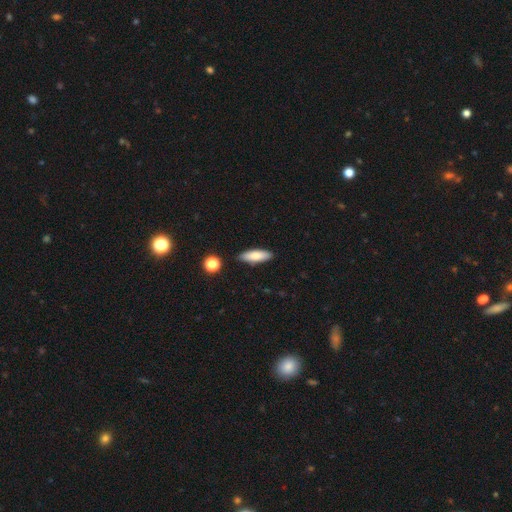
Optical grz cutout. It shows a smooth galaxy with no disk features (82%) that is in between round and cigar-shaped (72%). Merging: none (67%).